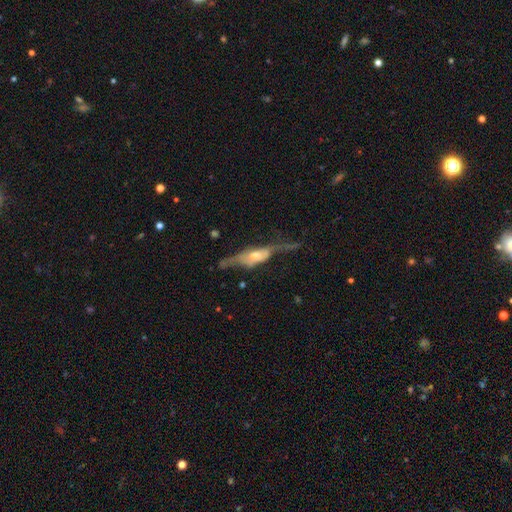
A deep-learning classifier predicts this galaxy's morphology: Smooth or featured? Predicted: featured or disk (p=0.71). Edge-on disk? Predicted: yes (p=0.69). Merging? Predicted: none (p=0.40).